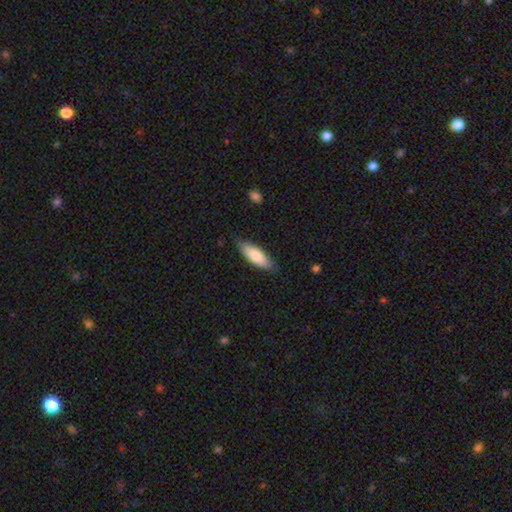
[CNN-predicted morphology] Overall: smooth (78%). How rounded: in between (59%; cigar-shaped 40%). Merging: none (81%).